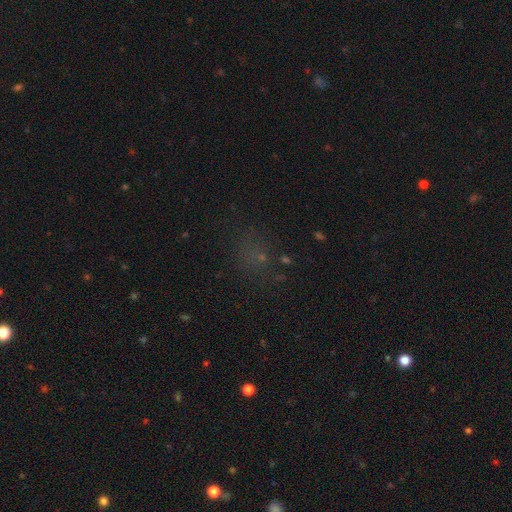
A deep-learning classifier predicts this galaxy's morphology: smooth-or-featured: smooth: 46% | star or artifact: 41% | featured or disk: 13%
  merging: none: 69% | minor disturbance: 15% | major disturbance: 11% | merger: 4%